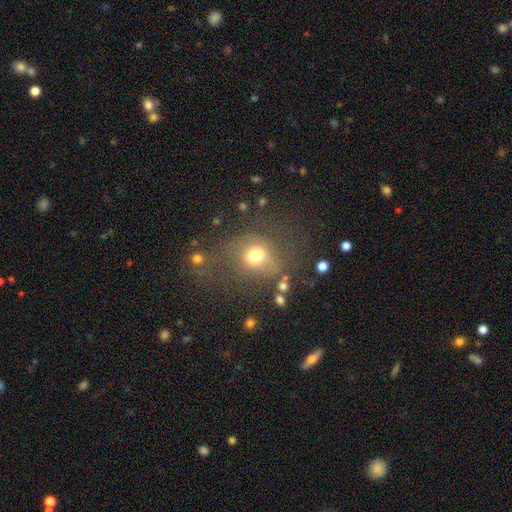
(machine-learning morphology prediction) type=smooth (70%); roundness=round (61%); merging=none (57%).